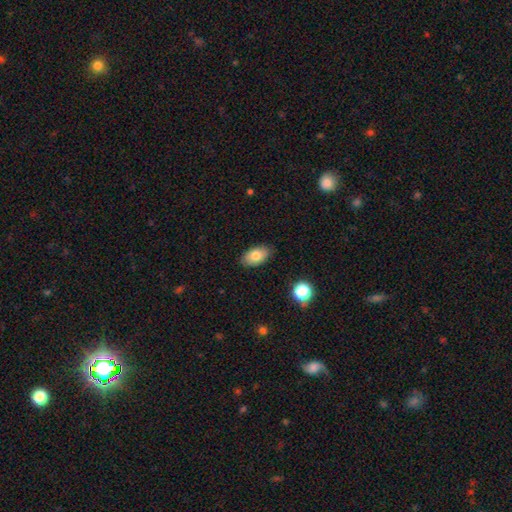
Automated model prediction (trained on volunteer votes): smooth-or-featured: smooth: 79% | featured or disk: 13% | star or artifact: 8%
  how-rounded: in between: 92% | round: 6% | cigar-shaped: 2%
  merging: none: 85% | minor disturbance: 11% | major disturbance: 2% | merger: 1%